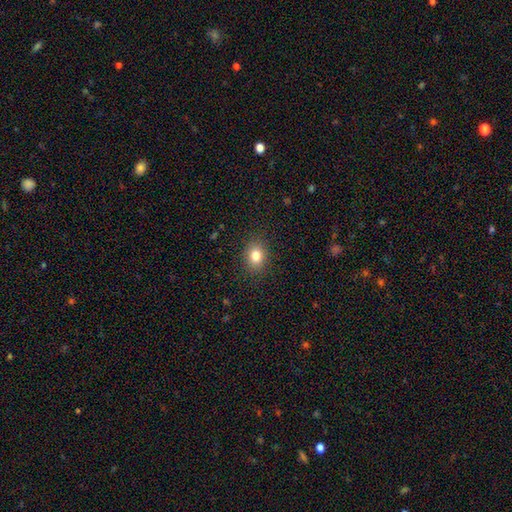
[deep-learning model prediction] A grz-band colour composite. It shows a smooth galaxy with no disk features (82%) that is in between round and cigar-shaped (52%). Merging: none (88%).